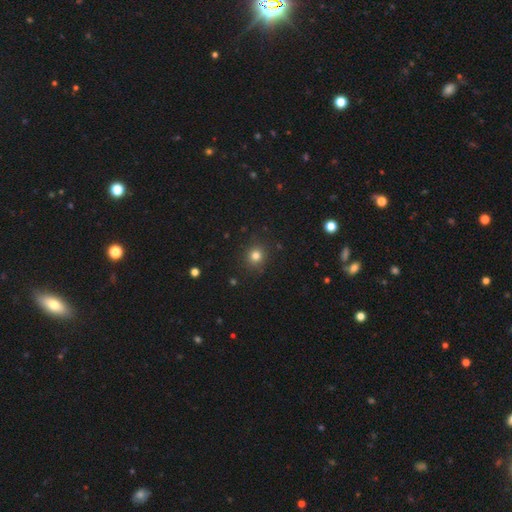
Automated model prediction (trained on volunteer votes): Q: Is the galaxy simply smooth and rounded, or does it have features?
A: smooth — 80%.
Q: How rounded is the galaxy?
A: round — 87%.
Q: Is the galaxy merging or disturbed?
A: none — 89%.